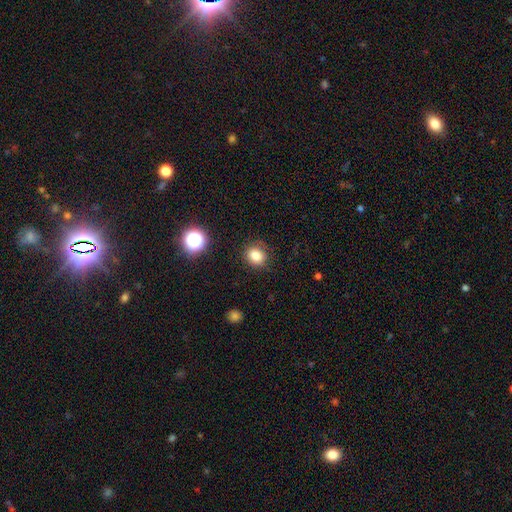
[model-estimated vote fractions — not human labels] Q: Smooth or featured?
A: smooth (81%); runner-up: star or artifact (13%)
Q: How rounded?
A: round (76%); runner-up: in between (23%)
Q: Merging?
A: none (84%); runner-up: minor disturbance (11%)